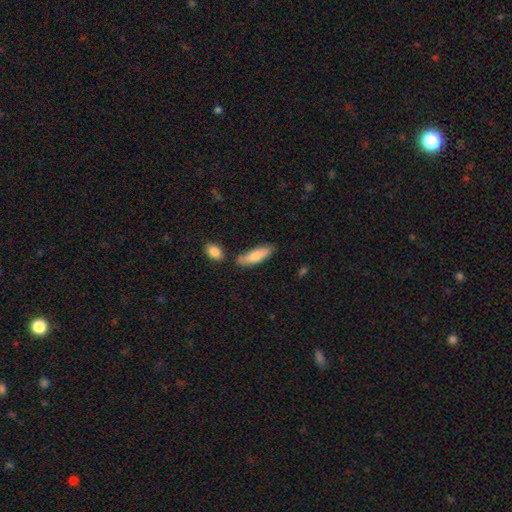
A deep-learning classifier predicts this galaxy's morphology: Overall: smooth (82%). How rounded: in between (51%; cigar-shaped 47%). Merging: none (72%).